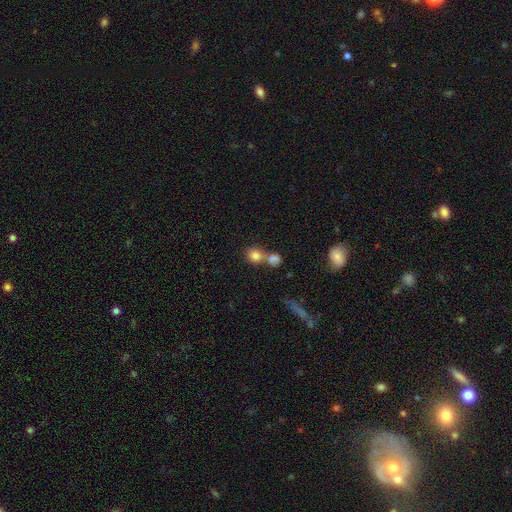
Smooth or featured? 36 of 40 (90%) said smooth. How rounded? 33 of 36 (92%) said round. Merging? 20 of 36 (56%) said none.